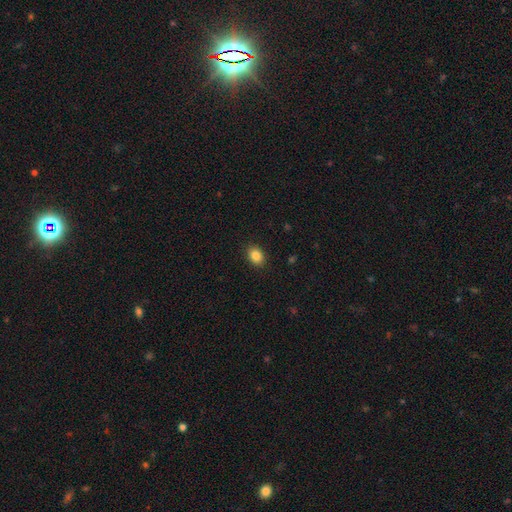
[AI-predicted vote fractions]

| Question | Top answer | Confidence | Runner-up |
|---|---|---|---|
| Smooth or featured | smooth | 86% | star or artifact (9%) |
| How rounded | in between | 64% | round (35%) |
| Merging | none | 89% | minor disturbance (8%) |